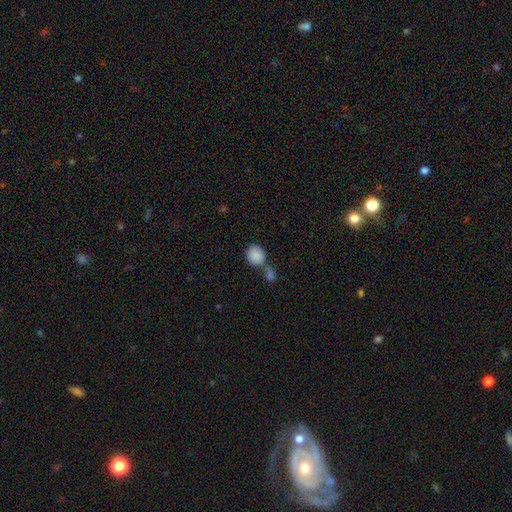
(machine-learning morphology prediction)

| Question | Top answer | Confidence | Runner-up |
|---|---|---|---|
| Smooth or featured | smooth | 88% | star or artifact (8%) |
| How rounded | round | 75% | in between (23%) |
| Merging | merger | 46% | none (39%) |